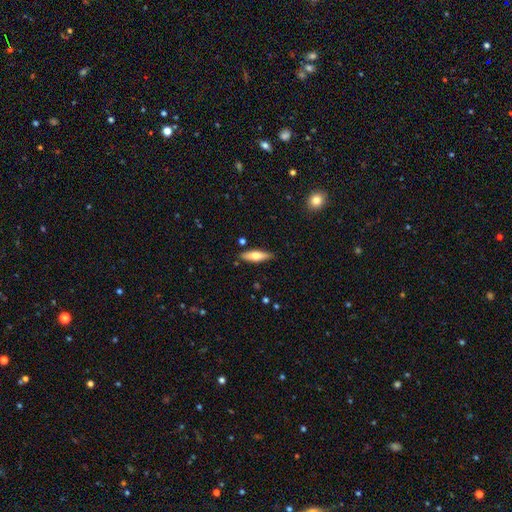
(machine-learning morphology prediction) A smooth galaxy with no disk features (61%) that is cigar-shaped (58%). Merging: none (86%).